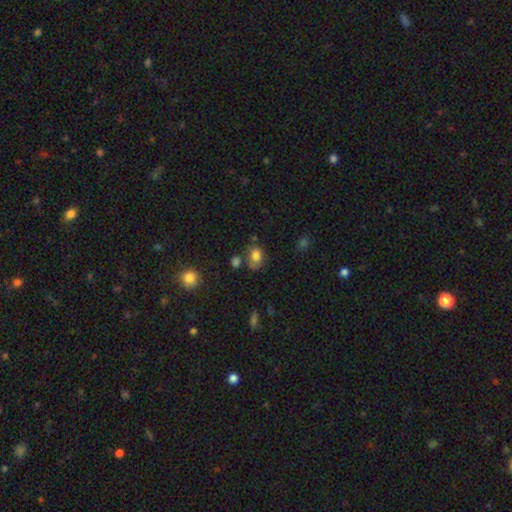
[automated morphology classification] Overall: smooth (79%). How rounded: in between (67%; round 32%). Merging: none (52%; minor disturbance 22%).